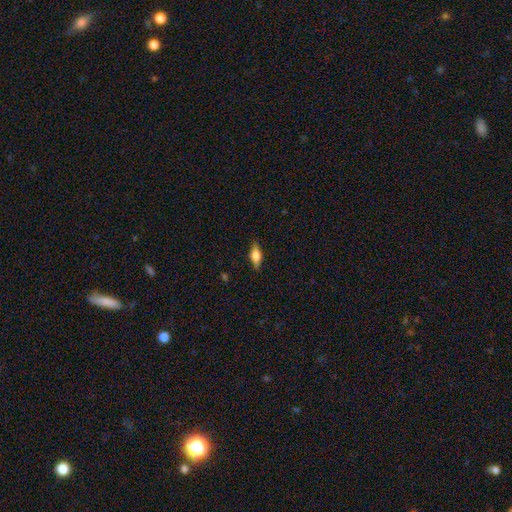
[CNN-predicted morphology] Smooth or featured: smooth — 50% (featured or disk — 42%)
Merging: none — 85% (minor disturbance — 11%)